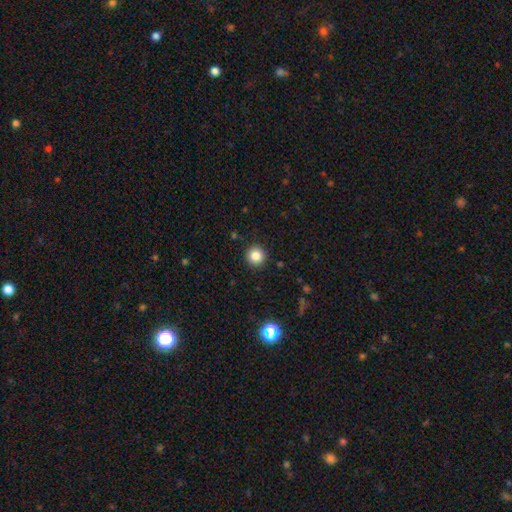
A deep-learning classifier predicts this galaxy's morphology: smooth_or_featured: smooth (p=0.83) [alt: star or artifact p=0.12]
how_rounded: round (p=0.95) [alt: in between p=0.04]
merging: none (p=0.92) [alt: minor disturbance p=0.05]